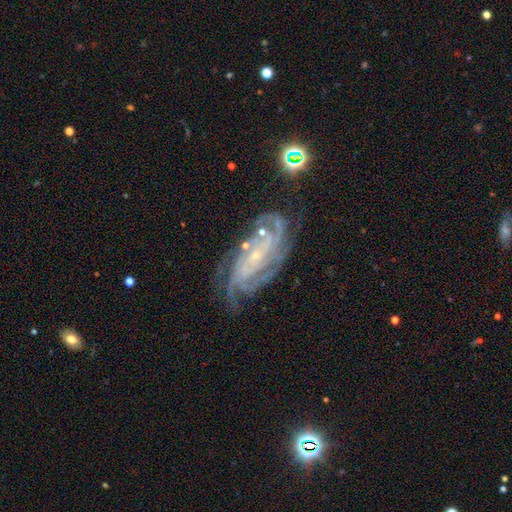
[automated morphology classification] Smooth or featured?
  - featured or disk: 88% *
  - star or artifact: 7%
  - smooth: 5%
Edge-on disk?
  - no: 95% *
  - yes: 5%
Bar?
  - no: 52% *
  - weak: 30%
  - strong: 18%
Spiral arms?
  - yes: 98% *
  - no: 2%
Spiral winding?
  - tight: 65% *
  - medium: 29%
  - loose: 5%
Spiral arm count?
  - 4: 30% *
  - 3: 21%
  - can't tell: 18%
  - 2: 12%
  - more than 4: 12%
  - 1: 7%
Bulge size?
  - small: 83% *
  - moderate: 10%
  - none: 4%
  - large: 1%
  - dominant: 1%
Merging?
  - none: 68% *
  - minor disturbance: 18%
  - major disturbance: 8%
  - merger: 5%